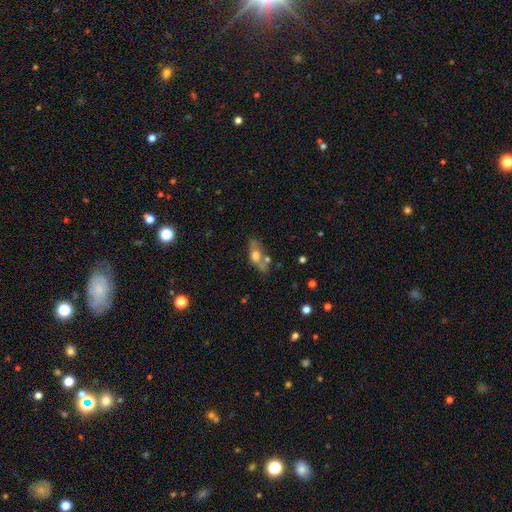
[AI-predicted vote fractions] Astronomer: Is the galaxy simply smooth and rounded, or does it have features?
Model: smooth — 51% (runner-up: featured or disk, 40%).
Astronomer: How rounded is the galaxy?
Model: in between — 68%.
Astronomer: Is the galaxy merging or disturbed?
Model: none — 51%.